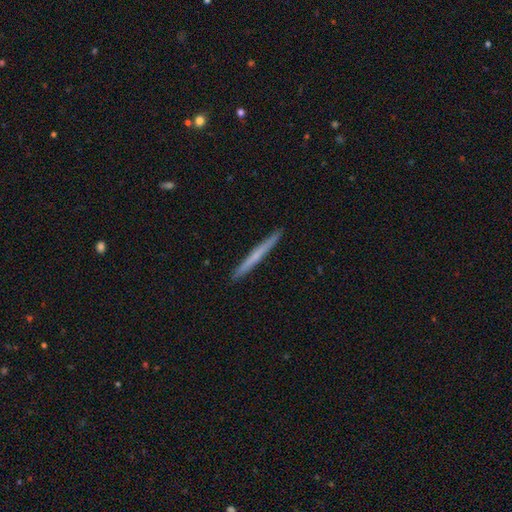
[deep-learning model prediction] smooth-or-featured: smooth: 48% | featured or disk: 46% | star or artifact: 6%
  merging: none: 93% | minor disturbance: 5% | major disturbance: 1% | merger: 1%